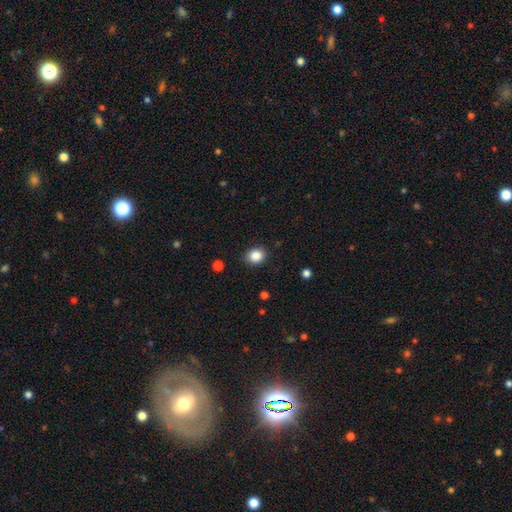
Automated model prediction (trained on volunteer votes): smooth 86%, star or artifact 10%, featured or disk 4%. Down the decision tree: how rounded — round (66%); merging — none (87%).